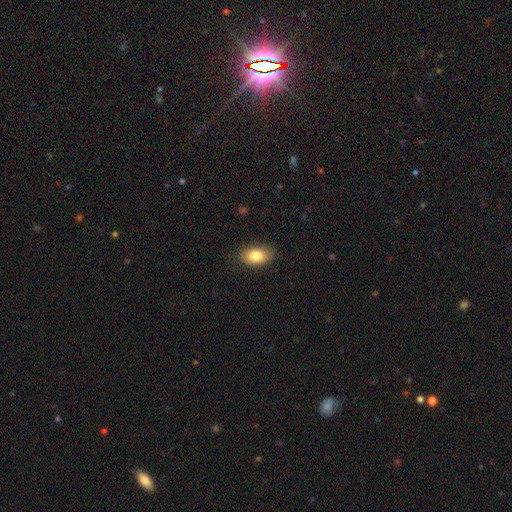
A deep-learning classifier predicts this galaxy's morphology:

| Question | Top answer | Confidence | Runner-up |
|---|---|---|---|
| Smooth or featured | smooth | 84% | featured or disk (9%) |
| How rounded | in between | 91% | round (7%) |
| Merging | none | 84% | minor disturbance (12%) |